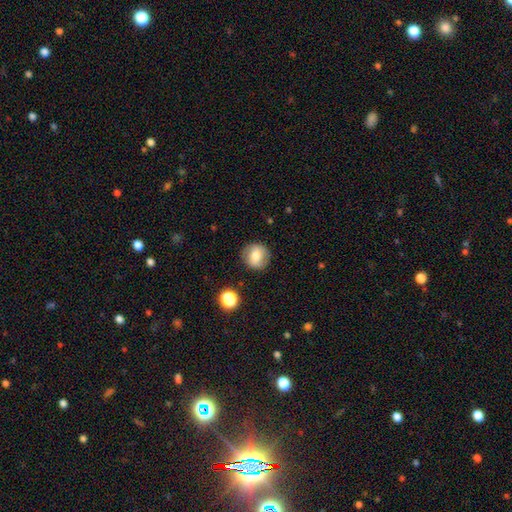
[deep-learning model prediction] This appears to be a smooth galaxy with no disk features (68%) that is round (90%). Merging: none (86%).